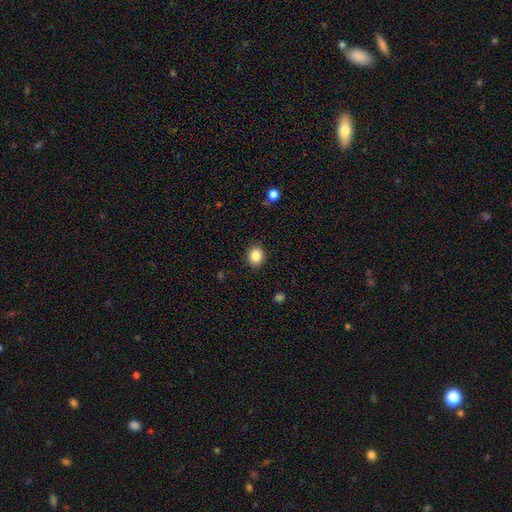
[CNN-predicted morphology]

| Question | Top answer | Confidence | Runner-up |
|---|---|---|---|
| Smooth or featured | smooth | 86% | star or artifact (10%) |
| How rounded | round | 71% | in between (28%) |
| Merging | none | 90% | minor disturbance (7%) |